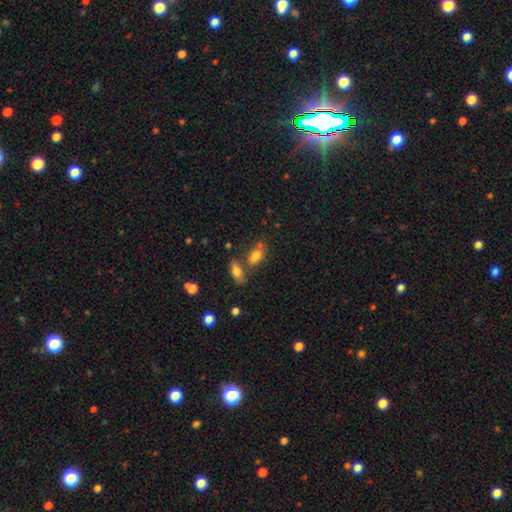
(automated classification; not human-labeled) smooth-or-featured: smooth: 78% | featured or disk: 11% | star or artifact: 10%
  how-rounded: in between: 83% | round: 13% | cigar-shaped: 5%
  merging: none: 50% | merger: 31% | minor disturbance: 14% | major disturbance: 5%